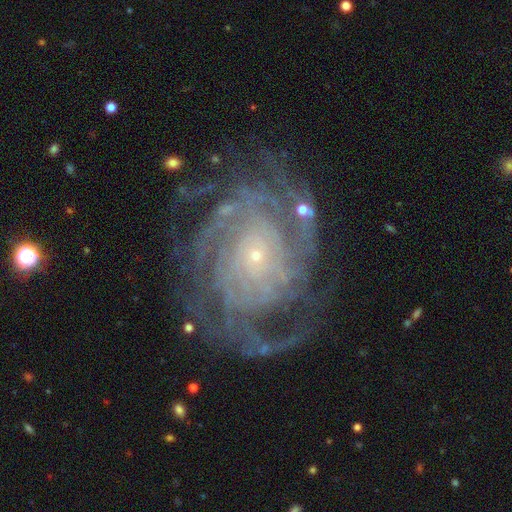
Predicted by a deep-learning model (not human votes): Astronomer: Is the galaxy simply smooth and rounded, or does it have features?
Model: featured or disk — 88%.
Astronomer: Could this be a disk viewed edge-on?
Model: no — 97%.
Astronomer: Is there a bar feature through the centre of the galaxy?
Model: no — 77%.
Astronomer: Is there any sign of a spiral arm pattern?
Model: yes — 96%.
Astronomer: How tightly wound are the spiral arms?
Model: tight — 71%.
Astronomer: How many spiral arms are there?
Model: can't tell — 27% (runner-up: 4, 21%).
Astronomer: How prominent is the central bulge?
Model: small — 87%.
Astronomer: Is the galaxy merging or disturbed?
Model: none — 70%.